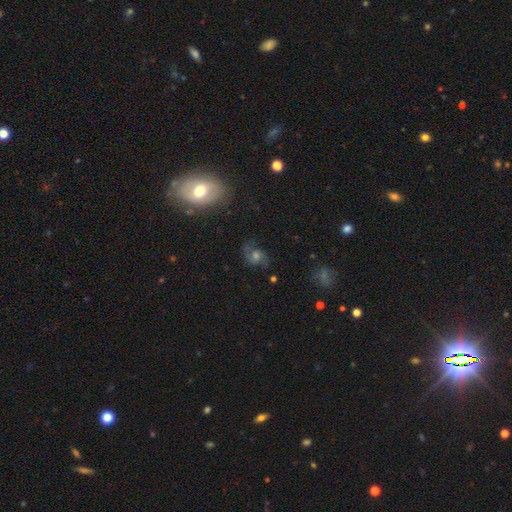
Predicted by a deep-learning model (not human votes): smooth-or-featured: featured or disk: 58% | smooth: 24% | star or artifact: 18%
  disk-edge-on: no: 96% | yes: 4%
    bar: no: 64% | weak: 30% | strong: 6%
    has-spiral-arms: yes: 87% | no: 13%
    bulge-size: moderate: 58% | small: 21% | large: 15% | none: 4% | dominant: 2%
  merging: none: 68% | minor disturbance: 17% | major disturbance: 12% | merger: 3%